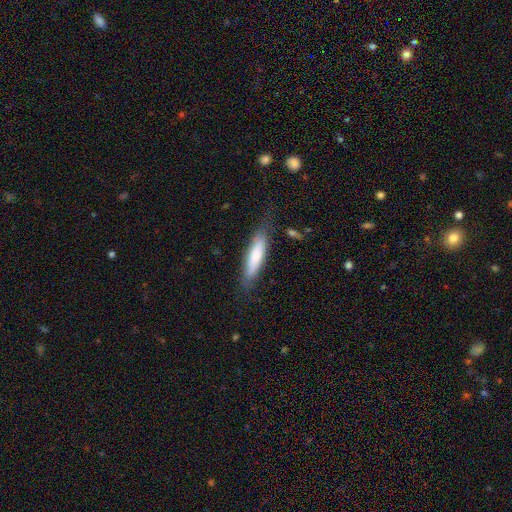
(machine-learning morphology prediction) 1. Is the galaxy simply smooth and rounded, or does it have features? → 72% smooth, 22% featured or disk, 6% star or artifact.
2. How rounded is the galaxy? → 73% cigar-shaped, 26% in between, 1% round.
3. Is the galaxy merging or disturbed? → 74% none, 18% minor disturbance, 6% major disturbance, 2% merger.